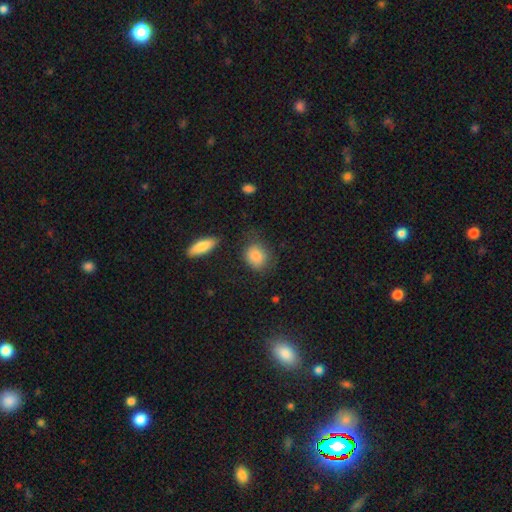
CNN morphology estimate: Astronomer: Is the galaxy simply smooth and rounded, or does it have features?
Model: smooth — 86%.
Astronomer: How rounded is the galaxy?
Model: round — 55% (runner-up: in between, 44%).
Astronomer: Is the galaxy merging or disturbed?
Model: none — 71%.